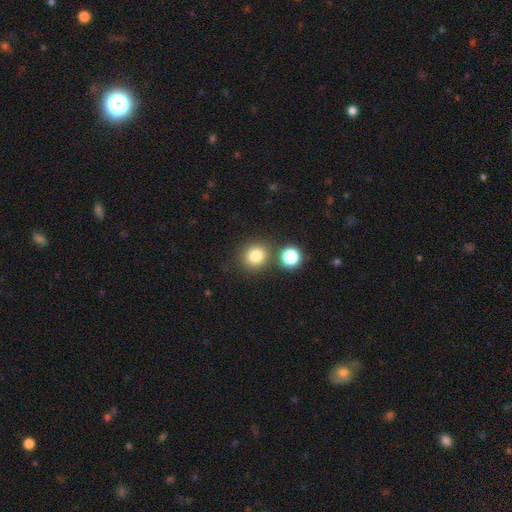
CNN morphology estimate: smooth 80%, star or artifact 13%, featured or disk 7%. Down the decision tree: how rounded — round (88%); merging — none (79%).